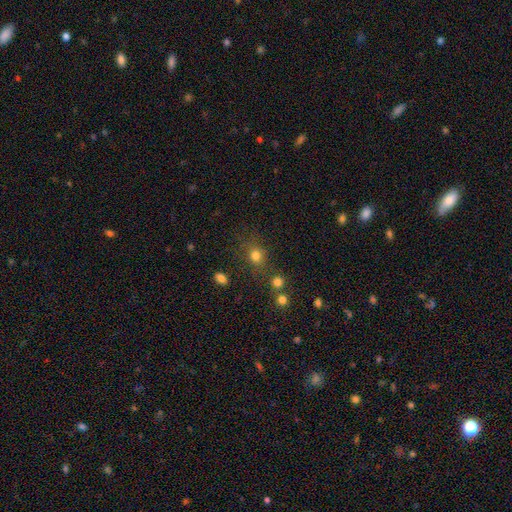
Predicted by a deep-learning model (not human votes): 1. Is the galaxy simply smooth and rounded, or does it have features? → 78% smooth, 15% star or artifact, 7% featured or disk.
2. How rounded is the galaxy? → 73% round, 25% in between, 1% cigar-shaped.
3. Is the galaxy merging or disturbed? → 71% none, 13% minor disturbance, 9% merger, 6% major disturbance.